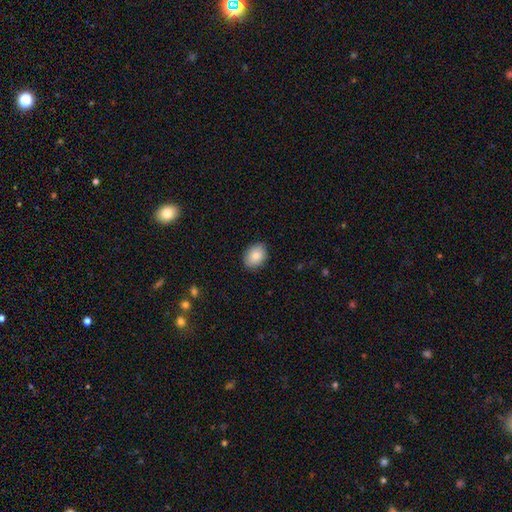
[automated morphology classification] Smooth or featured? smooth (85%)
How rounded? in between (72%)
Merging? none (88%)